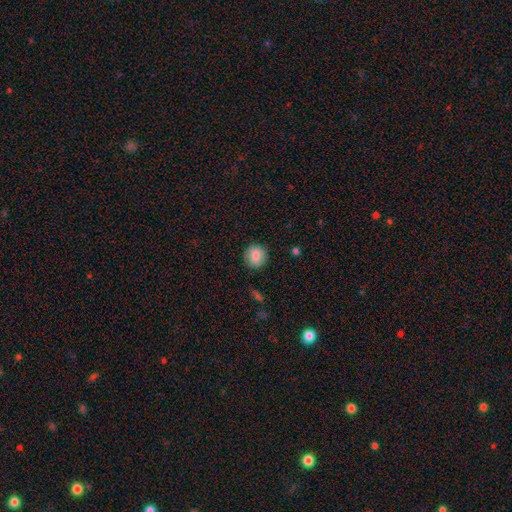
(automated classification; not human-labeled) This is clearly a smooth galaxy (83%). How rounded: clearly round (88%). Merging: clearly none (87%).